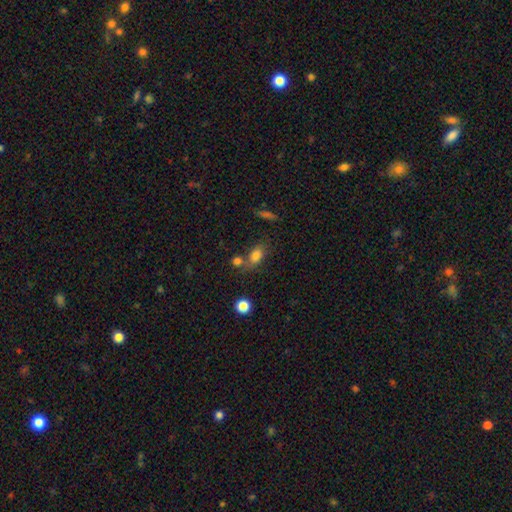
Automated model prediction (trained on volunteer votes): smooth_or_featured: smooth (p=0.78) [alt: star or artifact p=0.12]
how_rounded: in between (p=0.77) [alt: round p=0.18]
merging: none (p=0.52) [alt: merger p=0.26]